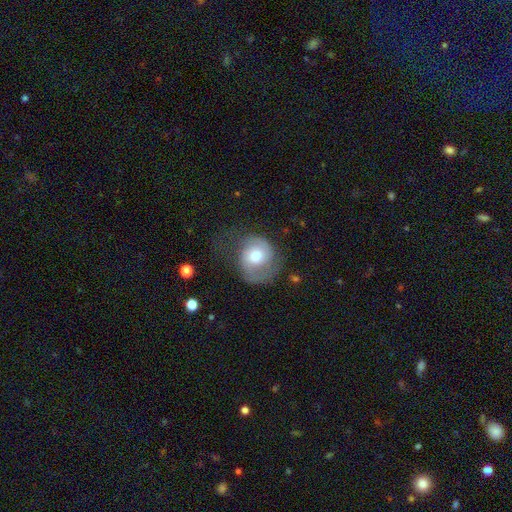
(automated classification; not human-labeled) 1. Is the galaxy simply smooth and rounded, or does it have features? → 48% smooth, 45% featured or disk, 7% star or artifact.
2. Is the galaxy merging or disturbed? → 38% none, 34% major disturbance, 26% minor disturbance, 2% merger.